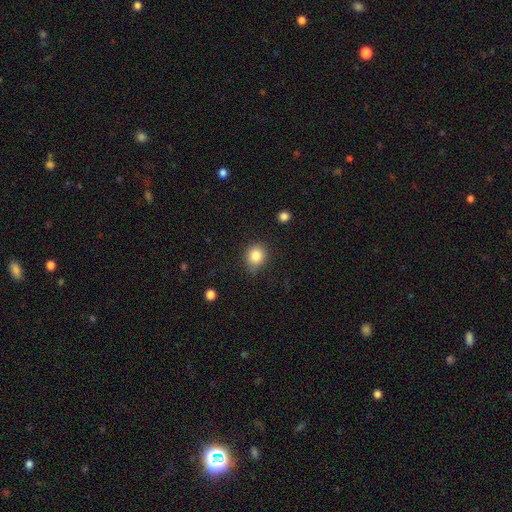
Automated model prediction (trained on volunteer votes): Morphology: type=smooth (83%); roundness=round (81%); merging=none (74%).